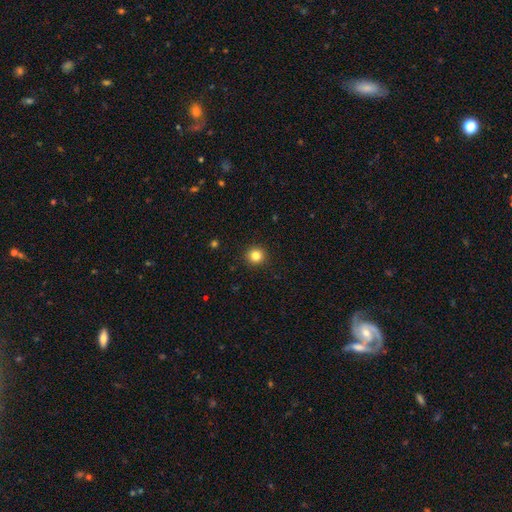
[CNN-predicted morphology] Smooth or featured? Predicted: smooth (p=0.83). How rounded? Predicted: round (p=0.95). Merging? Predicted: none (p=0.93).